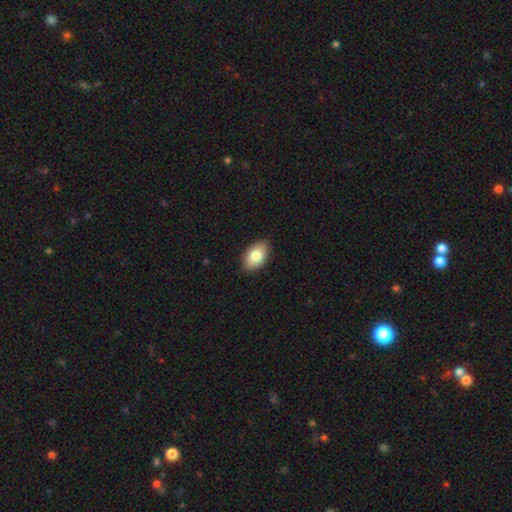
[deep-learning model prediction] Overall: smooth (82%). How rounded: in between (92%). Merging: none (88%).